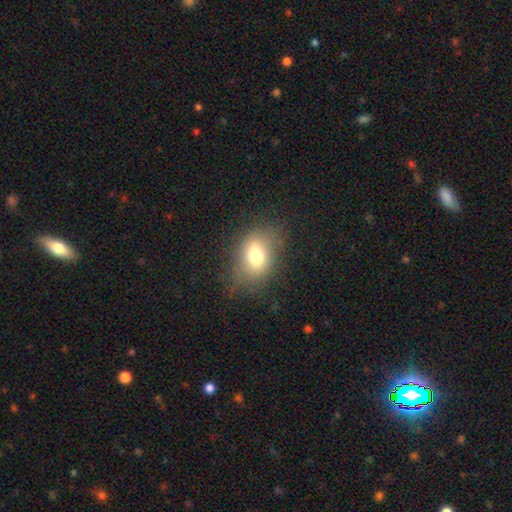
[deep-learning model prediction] This appears to be a smooth galaxy with no disk features (72%) that is in between round and cigar-shaped (65%). Merging: none (73%).